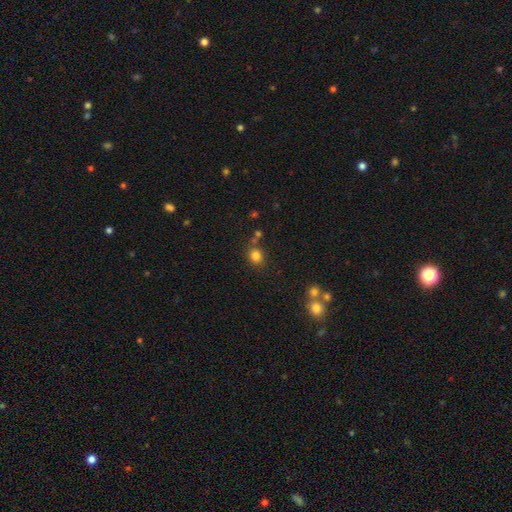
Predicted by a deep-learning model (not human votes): Overall: smooth (81%). How rounded: round (72%). Merging: none (71%).